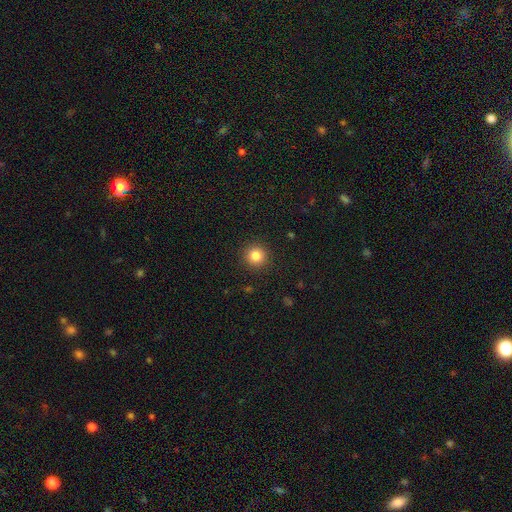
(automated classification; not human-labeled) Smooth or featured? smooth (84%)
How rounded? round (95%)
Merging? none (92%)